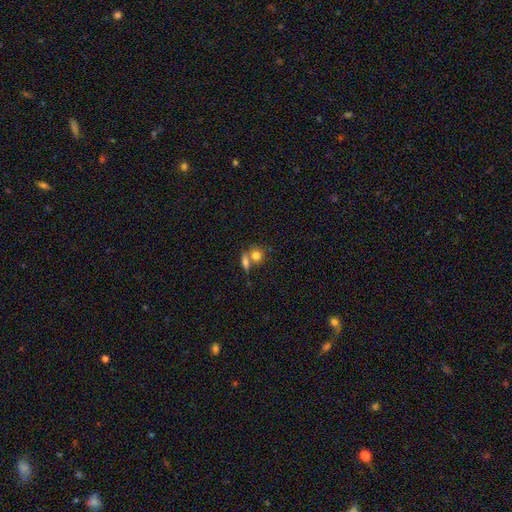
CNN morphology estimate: A smooth galaxy with no disk features (78%) that is round (66%).

Vote fractions:
- Smooth or featured? smooth: 78% / featured or disk: 12% / star or artifact: 9%
- How rounded? round: 66% / in between: 30% / cigar-shaped: 4%
- Merging? merger: 45% / none: 42% / minor disturbance: 9% / major disturbance: 4%